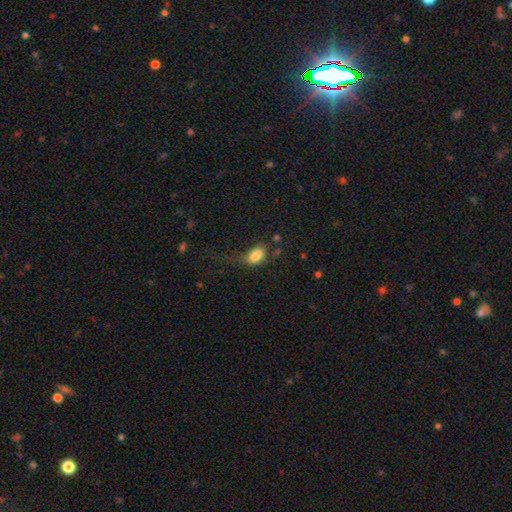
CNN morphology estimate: A smooth galaxy with no disk features (76%) that is in between round and cigar-shaped (83%).

Vote fractions:
- Smooth or featured? smooth: 76% / featured or disk: 12% / star or artifact: 11%
- How rounded? in between: 83% / round: 14% / cigar-shaped: 3%
- Merging? major disturbance: 37% / none: 26% / minor disturbance: 25% / merger: 12%